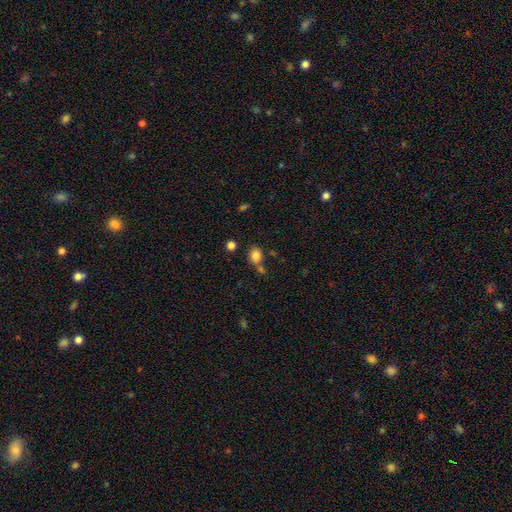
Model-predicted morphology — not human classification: Smooth or featured: smooth — 83% (star or artifact — 11%)
How rounded: in between — 50% (round — 49%)
Merging: none — 63% (merger — 17%)